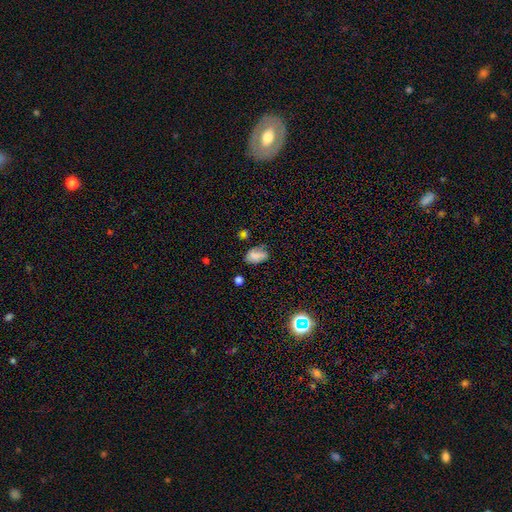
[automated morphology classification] This appears to be a smooth galaxy with no disk features (71%) that is in between round and cigar-shaped (86%). Merging: none (57%).